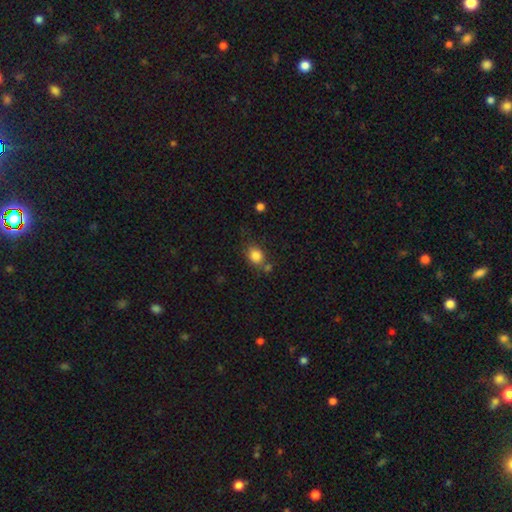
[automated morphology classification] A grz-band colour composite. It shows a smooth galaxy with no disk features (83%) that is round (59%). Merging: none (63%).